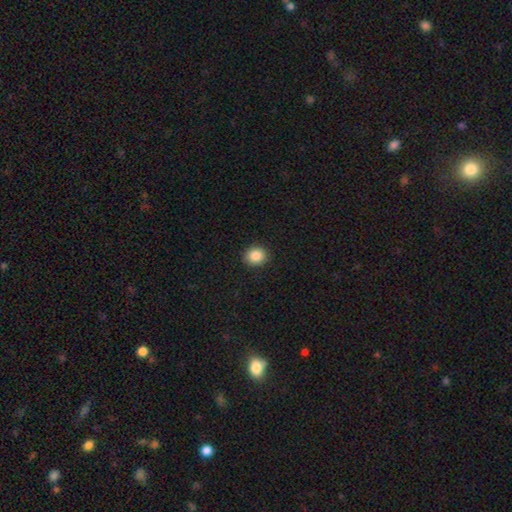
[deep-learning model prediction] The model was most divided on "how rounded": round: 78%, in between: 21%, cigar-shaped: 1%. More confident: merging — none (91%); smooth or featured — smooth (87%).